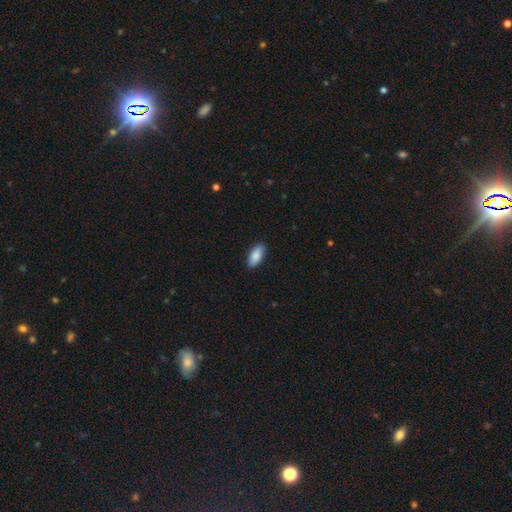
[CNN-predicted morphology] Q: Smooth or featured?
A: smooth (87%); runner-up: featured or disk (7%)
Q: How rounded?
A: in between (86%); runner-up: cigar-shaped (12%)
Q: Merging?
A: none (89%); runner-up: minor disturbance (9%)